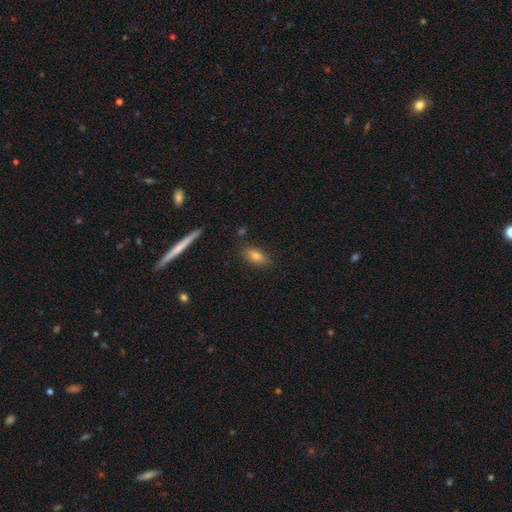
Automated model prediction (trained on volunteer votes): smooth 77%, featured or disk 15%, star or artifact 8%. Down the decision tree: how rounded — in between (74%); merging — none (83%).